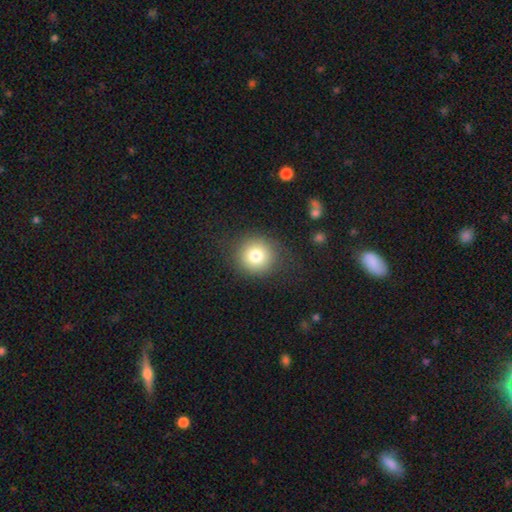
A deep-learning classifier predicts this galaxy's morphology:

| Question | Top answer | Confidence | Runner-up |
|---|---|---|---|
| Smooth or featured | smooth | 77% | star or artifact (12%) |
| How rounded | round | 90% | in between (9%) |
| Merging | none | 83% | minor disturbance (10%) |